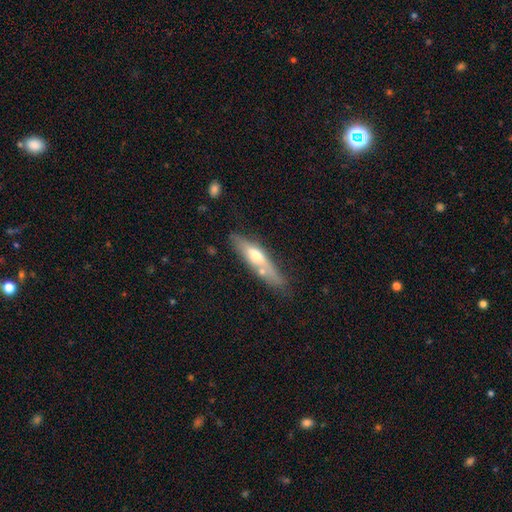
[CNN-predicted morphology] The model was most divided on "smooth or featured": smooth: 48%, featured or disk: 46%, star or artifact: 6%. More confident: merging — none (68%).